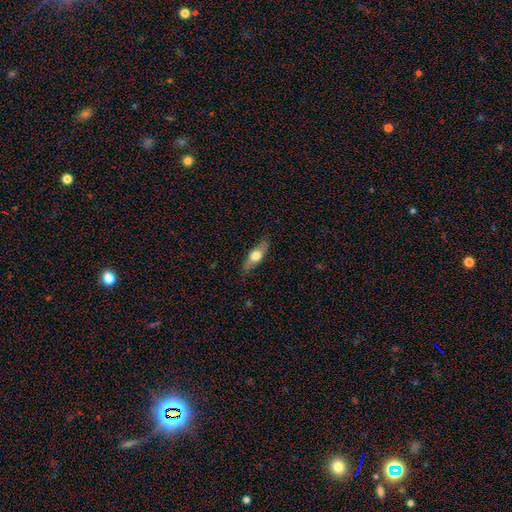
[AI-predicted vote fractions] Overall: smooth (54%; featured or disk 40%). How rounded: in between (53%; cigar-shaped 43%). Merging: none (82%).